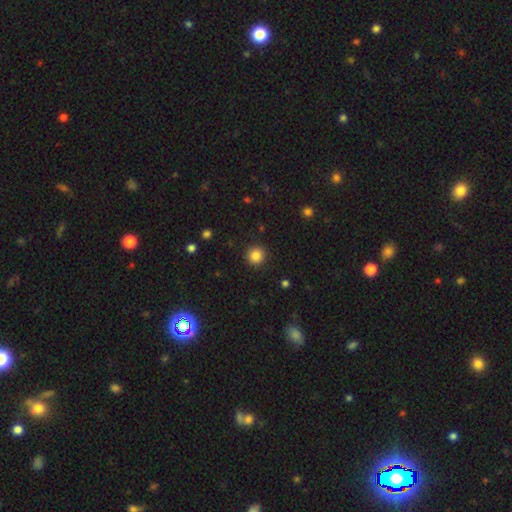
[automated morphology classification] A smooth galaxy with no disk features (85%) that is round (94%).

Vote fractions:
- Smooth or featured? smooth: 85% / star or artifact: 11% / featured or disk: 4%
- How rounded? round: 94% / in between: 5% / cigar-shaped: 1%
- Merging? none: 92% / minor disturbance: 5% / major disturbance: 2% / merger: 1%